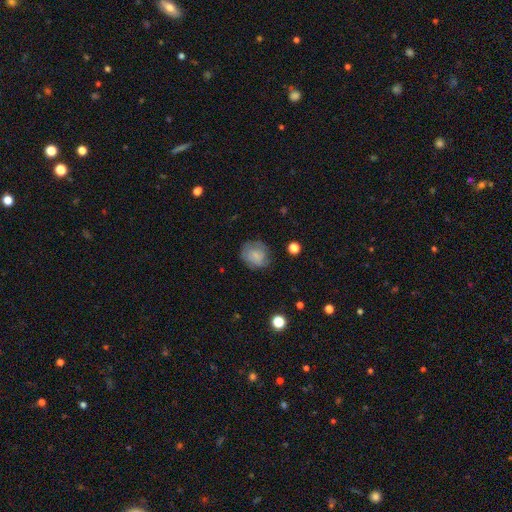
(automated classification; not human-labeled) Smooth or featured?
  - smooth: 68% *
  - featured or disk: 23%
  - star or artifact: 9%
How rounded?
  - round: 71% *
  - in between: 28%
  - cigar-shaped: 1%
Merging?
  - none: 66% *
  - minor disturbance: 23%
  - major disturbance: 10%
  - merger: 1%